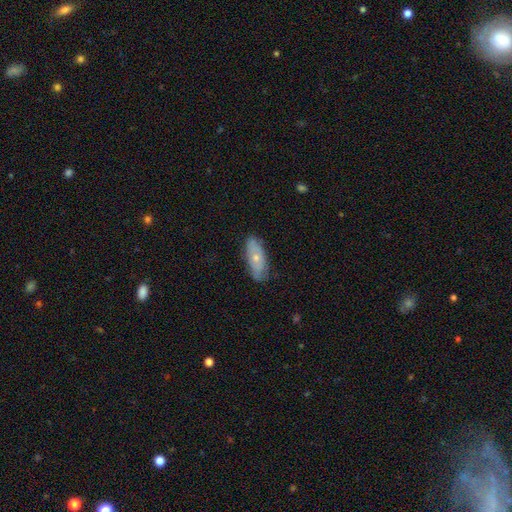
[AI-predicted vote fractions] Q: Smooth or featured?
A: smooth (53%); runner-up: featured or disk (41%)
Q: How rounded?
A: in between (78%); runner-up: cigar-shaped (18%)
Q: Merging?
A: none (77%); runner-up: minor disturbance (18%)